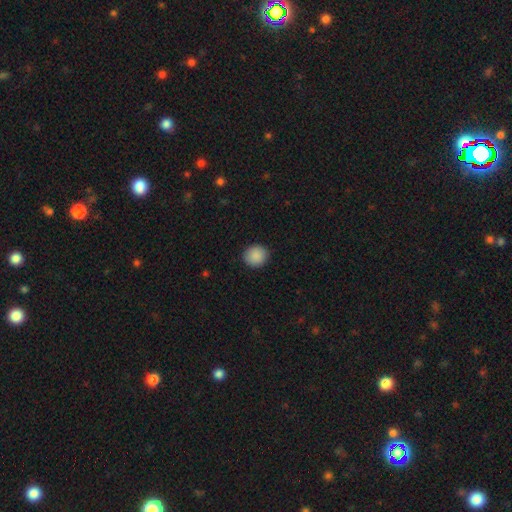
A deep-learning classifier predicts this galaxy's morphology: A smooth galaxy with no disk features (89%) that is round (88%). Merging: none (91%).